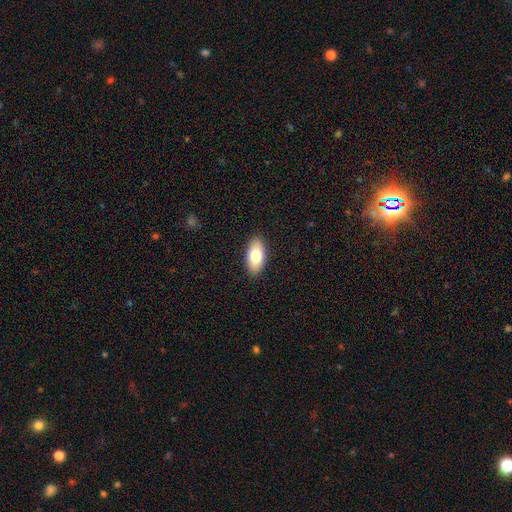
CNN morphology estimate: A smooth galaxy with no disk features (78%) that is in between round and cigar-shaped (92%).

Vote fractions:
- Smooth or featured? smooth: 78% / featured or disk: 16% / star or artifact: 6%
- How rounded? in between: 92% / cigar-shaped: 5% / round: 3%
- Merging? none: 90% / minor disturbance: 7% / major disturbance: 2% / merger: 1%